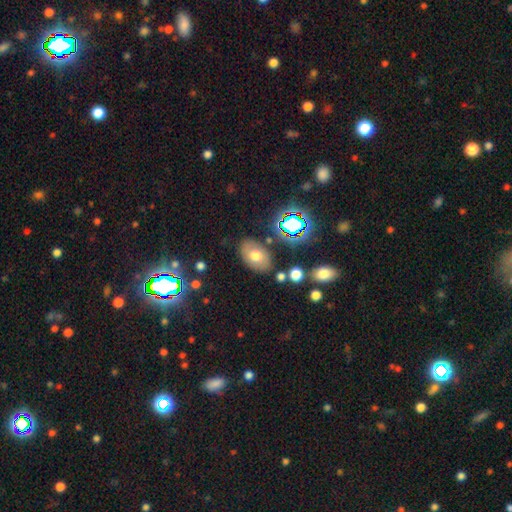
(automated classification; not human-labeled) Smooth or featured? Predicted: smooth (p=0.64). How rounded? Predicted: in between (p=0.86). Merging? Predicted: none (p=0.79).